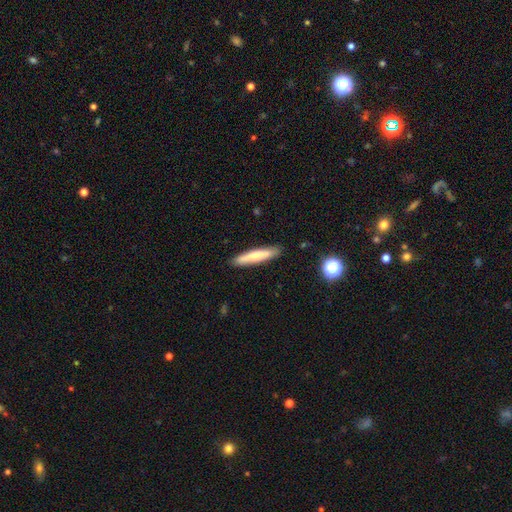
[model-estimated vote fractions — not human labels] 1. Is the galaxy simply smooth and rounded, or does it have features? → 66% smooth, 28% featured or disk, 6% star or artifact.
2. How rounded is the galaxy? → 90% cigar-shaped, 9% in between, 1% round.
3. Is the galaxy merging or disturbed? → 88% none, 9% minor disturbance, 2% major disturbance, 1% merger.